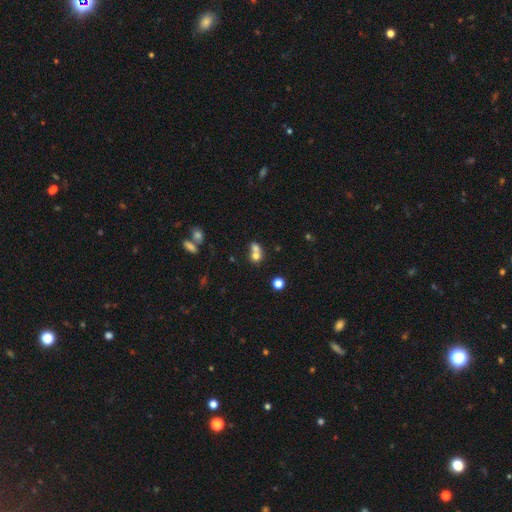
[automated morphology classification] This is likely a smooth galaxy (70%). How rounded: likely round (66%). Merging: likely merger (63%).